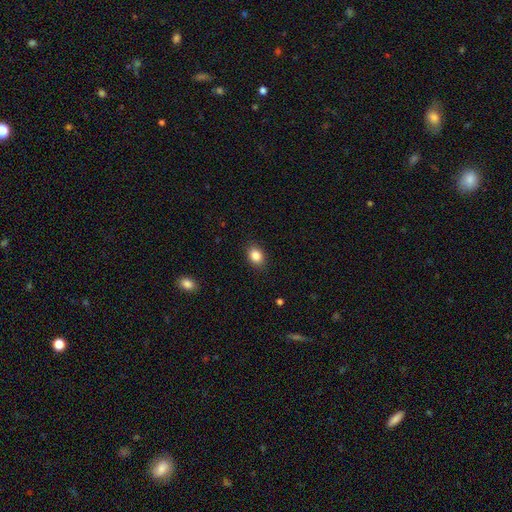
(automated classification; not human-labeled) Smooth or featured? smooth (86%)
How rounded? in between (59%)
Merging? none (88%)